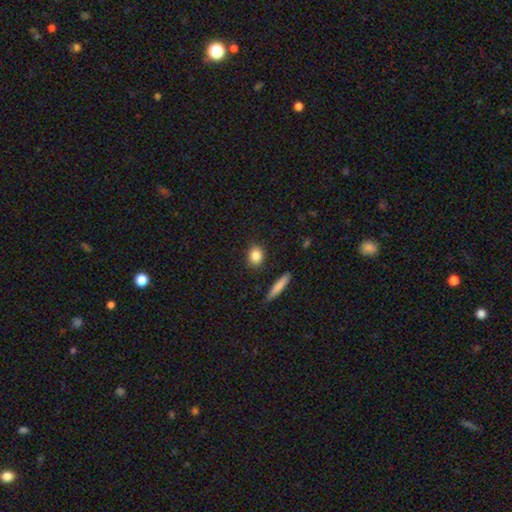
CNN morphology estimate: Smooth or featured? Predicted: smooth (p=0.84). How rounded? Predicted: round (p=0.57). Merging? Predicted: none (p=0.87).